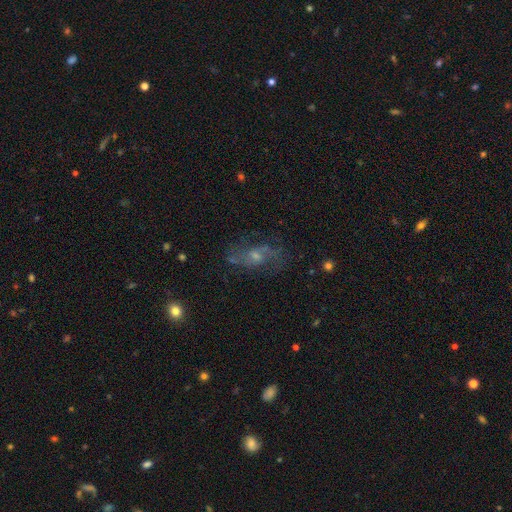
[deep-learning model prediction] Q: Smooth or featured?
A: featured or disk (63%); runner-up: smooth (20%)
Q: Edge-on disk?
A: no (90%); runner-up: yes (10%)
Q: Bar?
A: no (65%); runner-up: weak (29%)
Q: Spiral arms?
A: yes (80%); runner-up: no (20%)
Q: Bulge size?
A: moderate (44%); tied with: small (44%)
Q: Merging?
A: none (69%); runner-up: minor disturbance (17%)